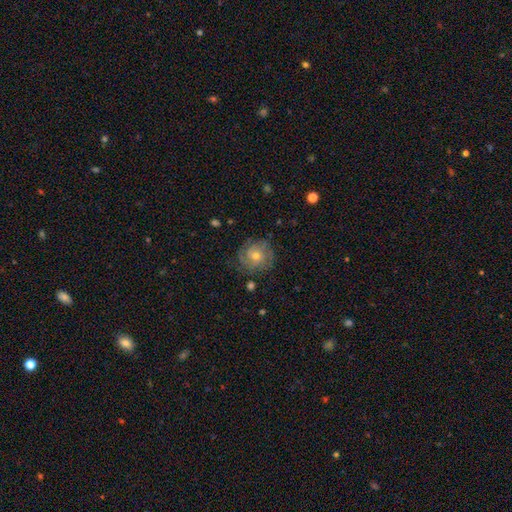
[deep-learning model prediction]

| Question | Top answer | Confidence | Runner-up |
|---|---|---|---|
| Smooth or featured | featured or disk | 57% | smooth (34%) |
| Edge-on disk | no | 97% | yes (3%) |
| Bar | no | 83% | weak (15%) |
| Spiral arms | yes | 80% | no (20%) |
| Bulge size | small | 48% | moderate (47%) |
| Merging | none | 72% | minor disturbance (18%) |